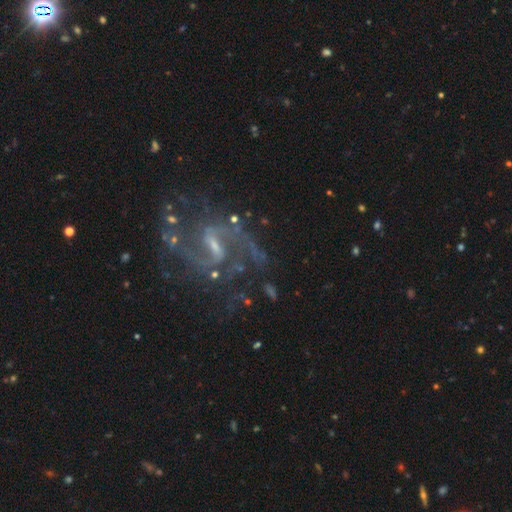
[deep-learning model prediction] Smooth or featured: featured or disk — 88% (star or artifact — 9%)
Edge-on disk: no — 97% (yes — 3%)
Bar: weak — 55% (strong — 33%)
Spiral arms: yes — 96% (no — 4%)
Spiral winding: medium — 49% (loose — 39%)
Spiral arm count: 2 — 82% (can't tell — 6%)
Bulge size: small — 61% (moderate — 21%)
Merging: none — 67% (minor disturbance — 16%)